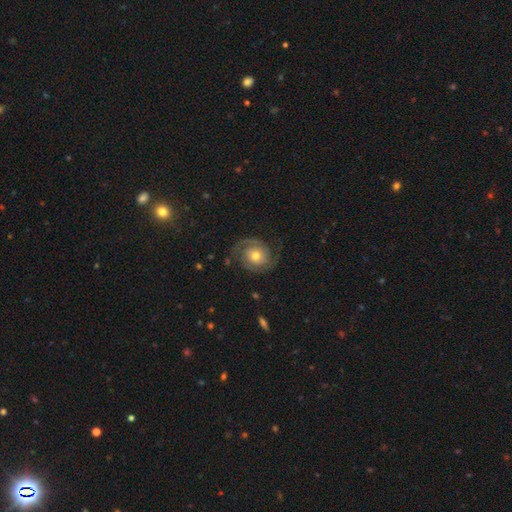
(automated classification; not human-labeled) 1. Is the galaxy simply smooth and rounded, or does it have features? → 85% featured or disk, 9% smooth, 6% star or artifact.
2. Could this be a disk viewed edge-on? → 98% no, 2% yes.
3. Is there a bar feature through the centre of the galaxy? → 77% no, 18% weak, 5% strong.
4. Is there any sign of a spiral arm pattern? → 96% yes, 4% no.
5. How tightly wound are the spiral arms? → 46% tight, 42% medium, 12% loose.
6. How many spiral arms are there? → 91% 2, 3% can't tell, 2% 3, 2% 1, 1% 4, 1% more than 4.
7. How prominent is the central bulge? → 71% moderate, 21% small, 6% large, 1% dominant, 1% none.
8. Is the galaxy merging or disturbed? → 79% none, 13% minor disturbance, 6% major disturbance, 1% merger.